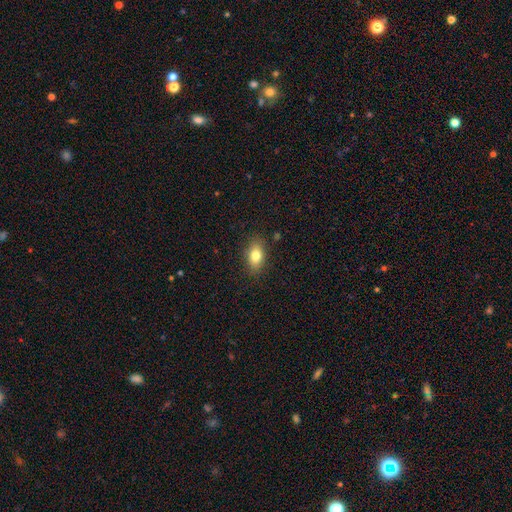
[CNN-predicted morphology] Q: Smooth or featured?
A: smooth (79%); runner-up: featured or disk (12%)
Q: How rounded?
A: in between (83%); runner-up: round (13%)
Q: Merging?
A: none (85%); runner-up: minor disturbance (11%)